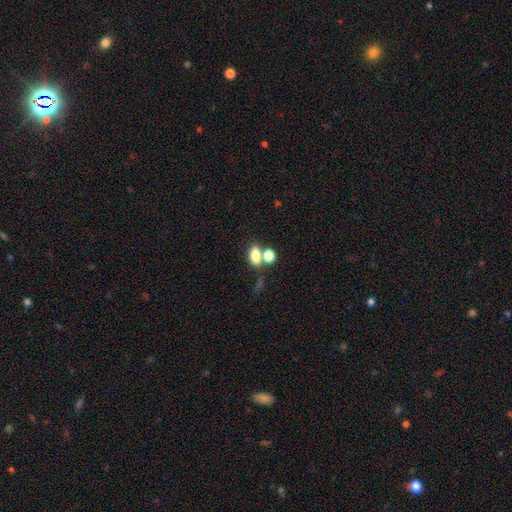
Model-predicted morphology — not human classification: This is likely a smooth galaxy (78%). How rounded: likely in between (80%). Merging: marginally none (44%).